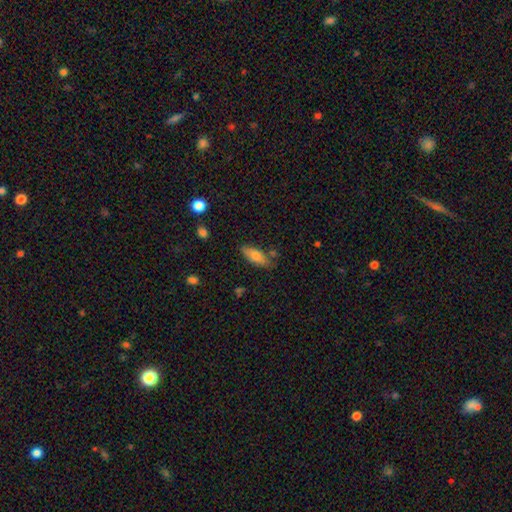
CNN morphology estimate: Overall: smooth (75%). How rounded: in between (76%). Merging: none (73%).